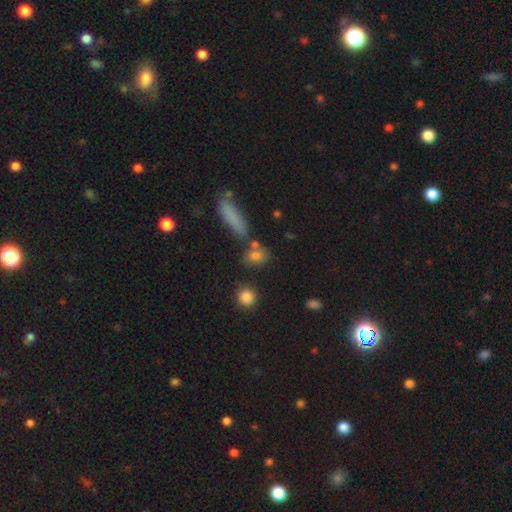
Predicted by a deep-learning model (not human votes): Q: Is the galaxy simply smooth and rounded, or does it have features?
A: smooth — 78%.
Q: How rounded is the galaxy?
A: in between — 64%.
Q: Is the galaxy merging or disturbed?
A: none — 59%.